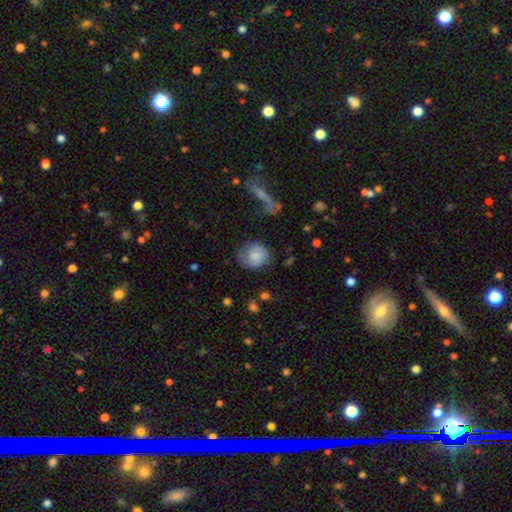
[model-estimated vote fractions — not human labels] Smooth or featured?
  - smooth: 50% *
  - featured or disk: 42%
  - star or artifact: 8%
Merging?
  - none: 62% *
  - minor disturbance: 23%
  - major disturbance: 12%
  - merger: 3%